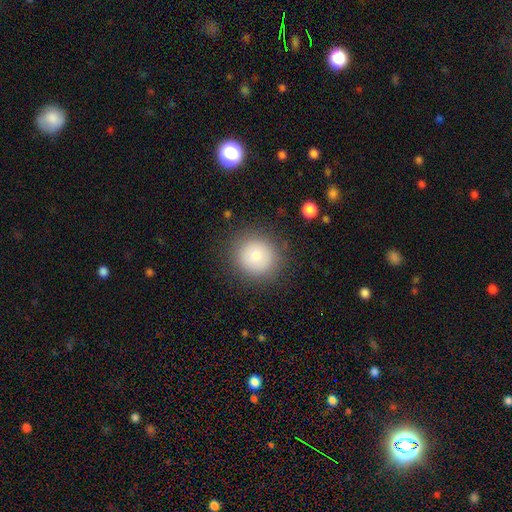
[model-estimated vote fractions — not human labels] smooth 80%, star or artifact 10%, featured or disk 10%. Down the decision tree: how rounded — round (92%); merging — none (87%).